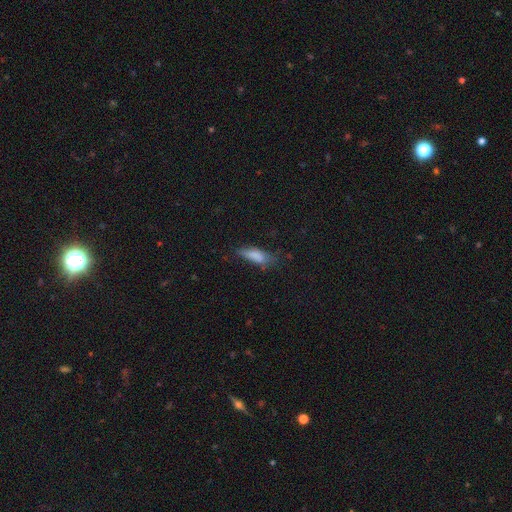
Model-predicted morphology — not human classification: Smooth or featured? smooth (78%)
How rounded? in between (55%)
Merging? none (51%)